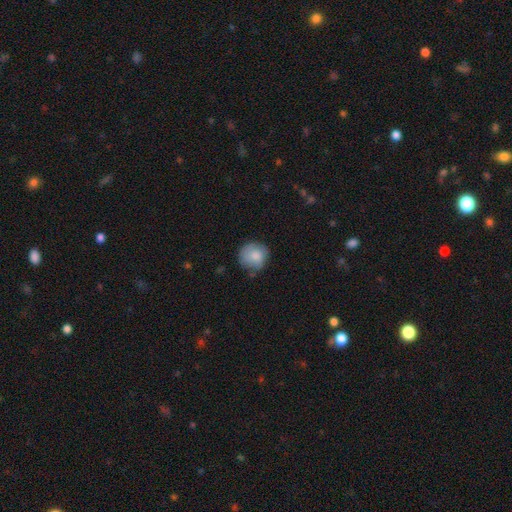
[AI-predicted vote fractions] smooth-or-featured: smooth: 83% | featured or disk: 9% | star or artifact: 7%
  how-rounded: round: 88% | in between: 11% | cigar-shaped: 1%
  merging: none: 70% | minor disturbance: 22% | major disturbance: 5% | merger: 2%